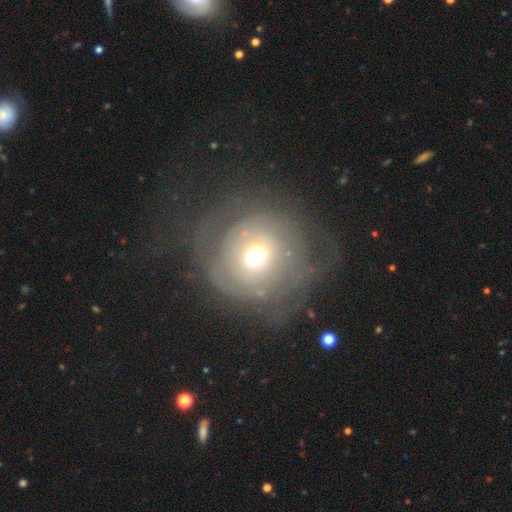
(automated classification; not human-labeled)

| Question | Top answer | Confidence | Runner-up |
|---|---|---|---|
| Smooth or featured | featured or disk | 51% | smooth (39%) |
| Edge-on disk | no | 96% | yes (4%) |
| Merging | none | 46% | major disturbance (33%) |